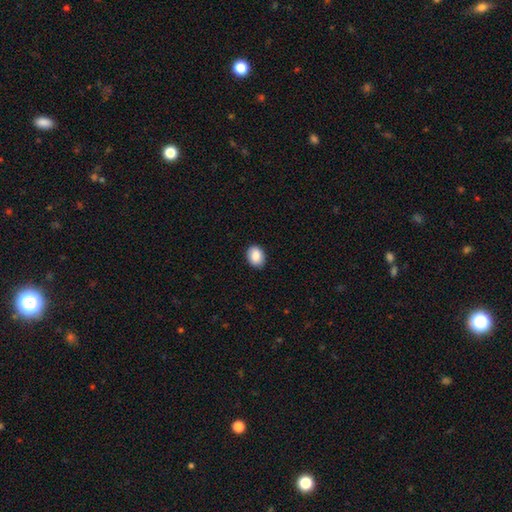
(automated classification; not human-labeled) A smooth galaxy with no disk features (88%) that is in between round and cigar-shaped (68%).

Vote fractions:
- Smooth or featured? smooth: 88% / star or artifact: 7% / featured or disk: 5%
- How rounded? in between: 68% / round: 31% / cigar-shaped: 1%
- Merging? none: 89% / minor disturbance: 8% / major disturbance: 2% / merger: 1%